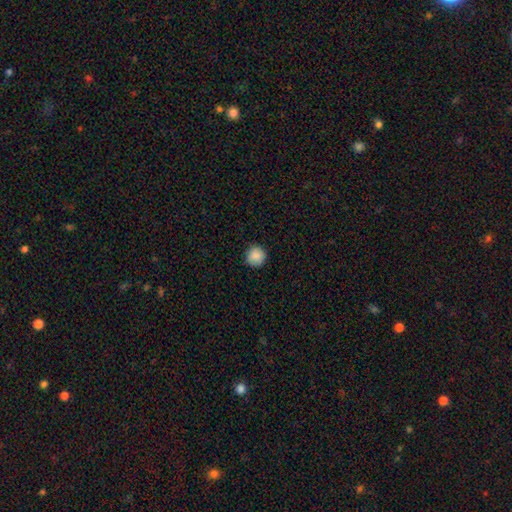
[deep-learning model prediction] Q: Smooth or featured?
A: smooth (88%); runner-up: star or artifact (9%)
Q: How rounded?
A: round (94%); runner-up: in between (5%)
Q: Merging?
A: none (91%); runner-up: minor disturbance (7%)